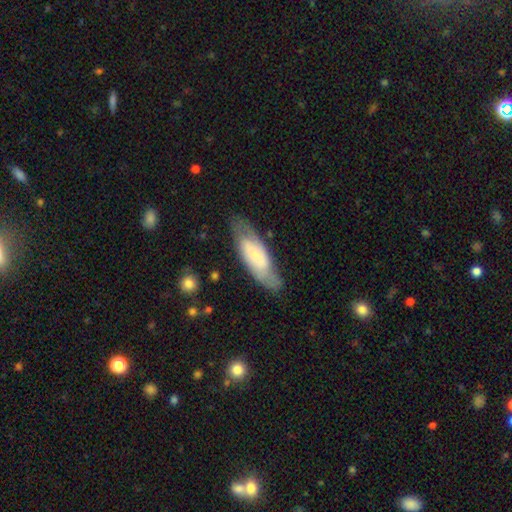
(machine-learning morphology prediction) Smooth or featured? Predicted: featured or disk (p=0.52). Edge-on disk? Predicted: no (p=0.78). Merging? Predicted: none (p=0.71).